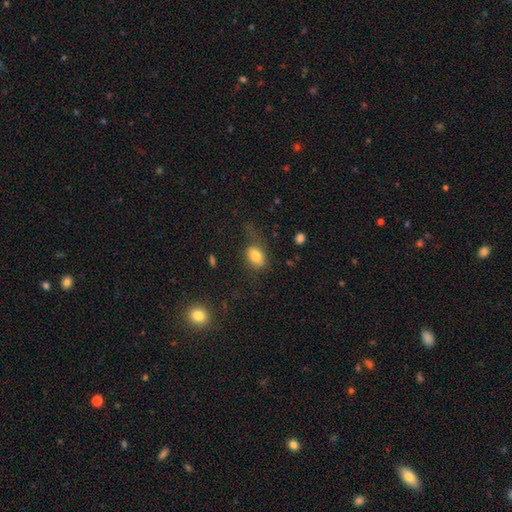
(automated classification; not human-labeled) Q: Smooth or featured?
A: smooth (78%); runner-up: featured or disk (12%)
Q: How rounded?
A: in between (80%); runner-up: round (18%)
Q: Merging?
A: none (50%); runner-up: minor disturbance (26%)